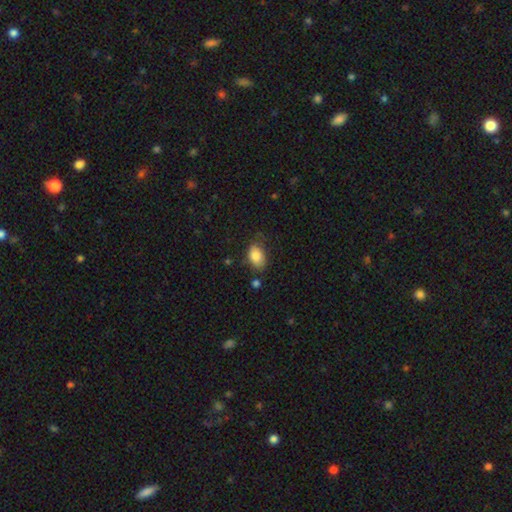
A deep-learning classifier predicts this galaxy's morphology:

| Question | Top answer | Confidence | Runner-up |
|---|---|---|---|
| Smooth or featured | smooth | 86% | star or artifact (7%) |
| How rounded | in between | 87% | round (11%) |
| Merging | none | 67% | minor disturbance (24%) |